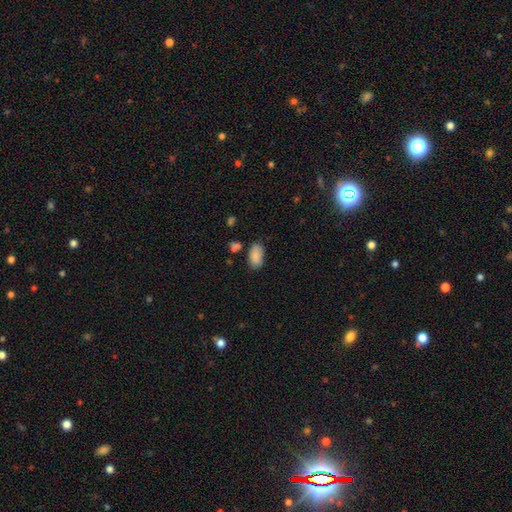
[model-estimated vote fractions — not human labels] Smooth or featured: smooth — 88% (star or artifact — 7%)
How rounded: in between — 94% (round — 4%)
Merging: none — 75% (minor disturbance — 16%)